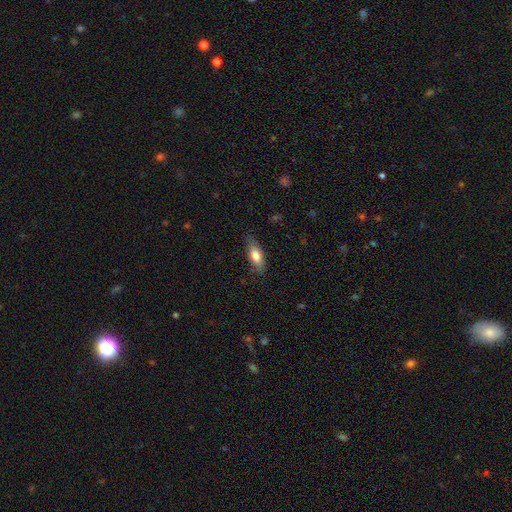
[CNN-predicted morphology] Smooth or featured: smooth — 77% (featured or disk — 16%)
How rounded: in between — 75% (cigar-shaped — 23%)
Merging: none — 81% (minor disturbance — 15%)